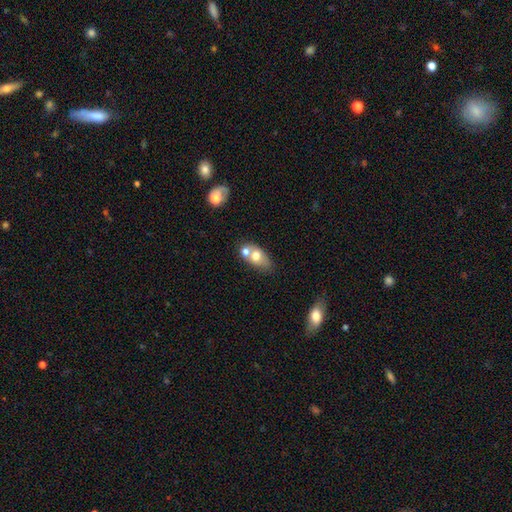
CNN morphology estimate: This appears to be a smooth galaxy with no disk features (66%) that is in between round and cigar-shaped (79%). Merging: merger (46%).